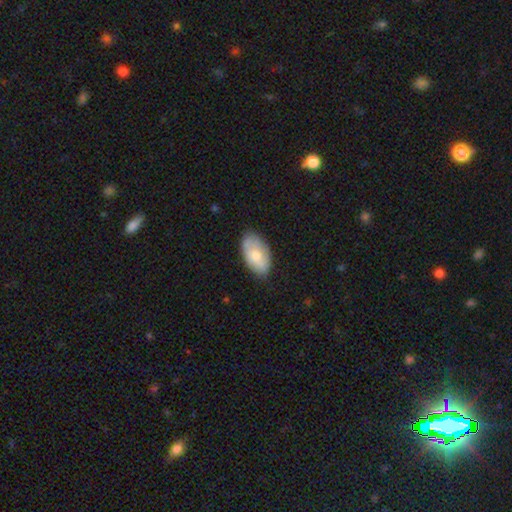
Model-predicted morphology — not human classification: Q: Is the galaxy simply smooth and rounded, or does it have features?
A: smooth — 67%.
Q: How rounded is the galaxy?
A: in between — 94%.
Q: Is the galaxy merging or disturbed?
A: none — 77%.